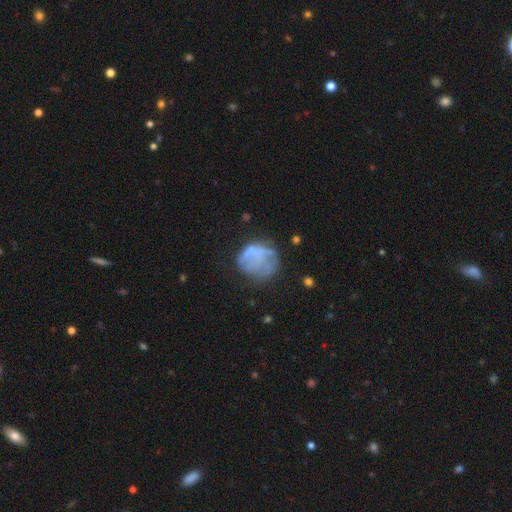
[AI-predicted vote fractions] smooth-or-featured: smooth: 45% | featured or disk: 43% | star or artifact: 11%
  merging: none: 47% | major disturbance: 24% | minor disturbance: 24% | merger: 5%